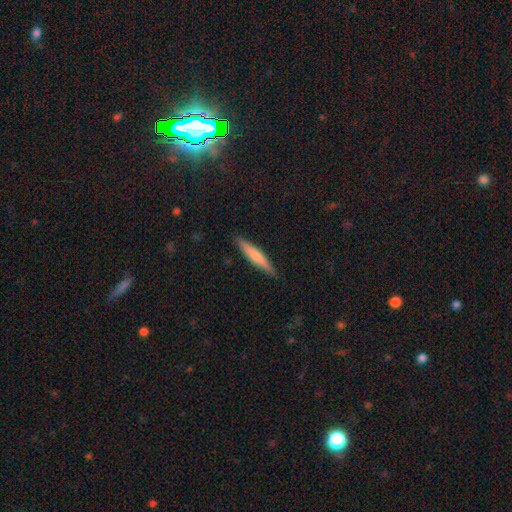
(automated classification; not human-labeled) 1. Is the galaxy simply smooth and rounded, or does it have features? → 67% smooth, 27% featured or disk, 5% star or artifact.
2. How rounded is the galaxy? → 92% cigar-shaped, 7% in between, 1% round.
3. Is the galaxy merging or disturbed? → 90% none, 7% minor disturbance, 2% major disturbance, 1% merger.